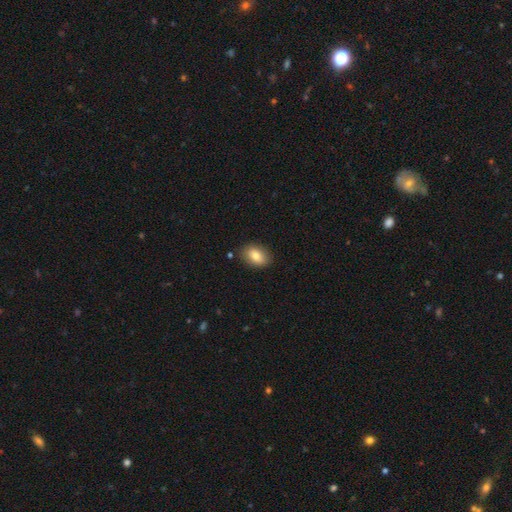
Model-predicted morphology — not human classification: The model was most divided on "smooth or featured": smooth: 80%, featured or disk: 12%, star or artifact: 8%. More confident: how rounded — in between (85%); merging — none (84%).